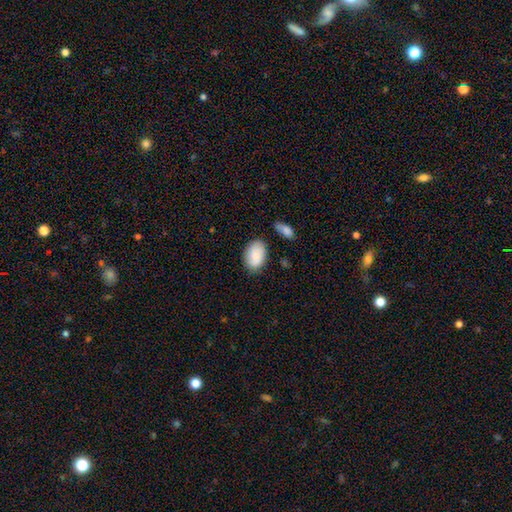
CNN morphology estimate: Overall: smooth (88%). How rounded: in between (90%). Merging: none (74%).